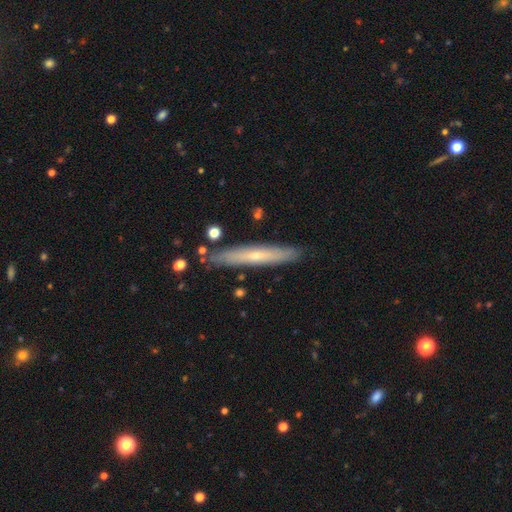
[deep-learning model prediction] This is possibly a featured or disk galaxy (53%). It is clearly viewed edge-on (85%). Merging: clearly none (87%).